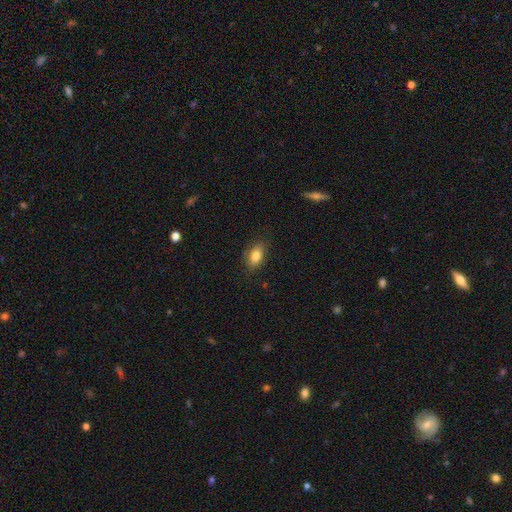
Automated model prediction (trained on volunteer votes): Smooth or featured: smooth — 84% (featured or disk — 8%)
How rounded: in between — 88% (round — 8%)
Merging: none — 83% (minor disturbance — 13%)